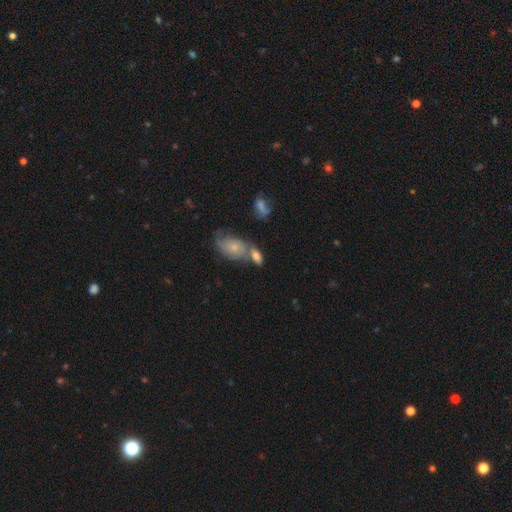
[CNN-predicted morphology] Smooth or featured? Predicted: smooth (p=0.70). How rounded? Predicted: in between (p=0.86). Merging? Predicted: merger (p=0.40, tied with none).